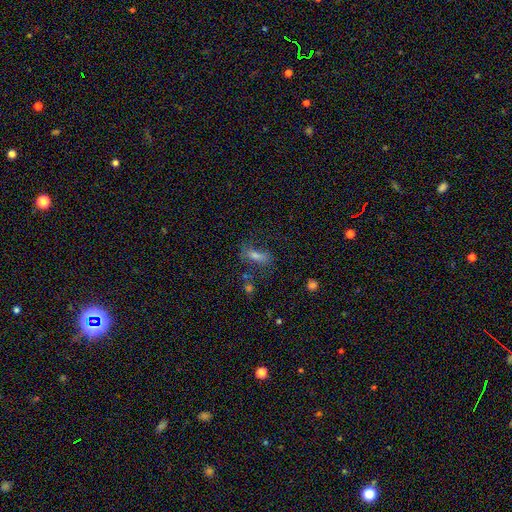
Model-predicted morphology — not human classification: Overall: smooth (51%; featured or disk 28%). How rounded: in between (61%; cigar-shaped 32%). Merging: none (57%; minor disturbance 21%).